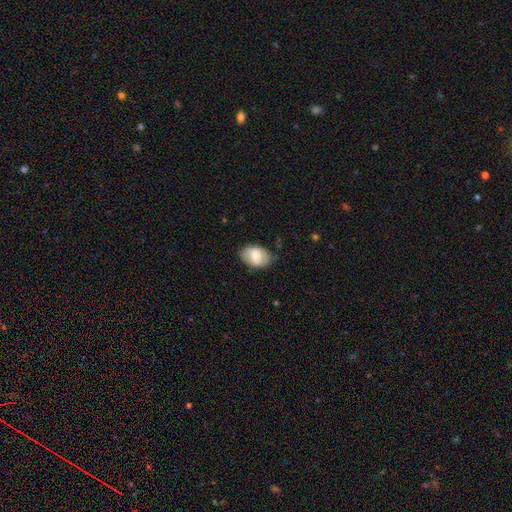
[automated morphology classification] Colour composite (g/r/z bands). It shows a smooth galaxy with no disk features (65%) that is in between round and cigar-shaped (88%). Merging: none (71%).